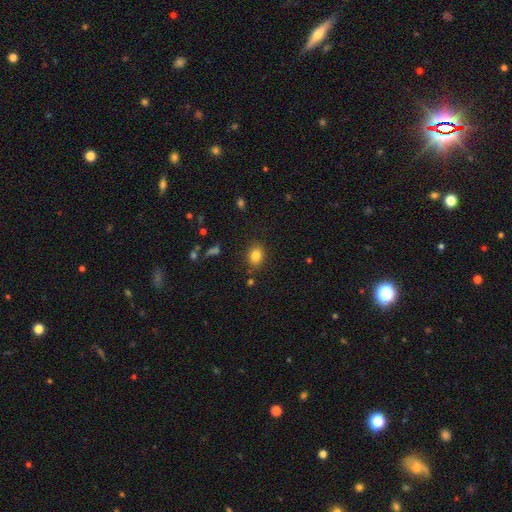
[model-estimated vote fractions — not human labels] Smooth or featured: smooth — 82% (star or artifact — 11%)
How rounded: in between — 54% (round — 45%)
Merging: none — 84% (minor disturbance — 10%)